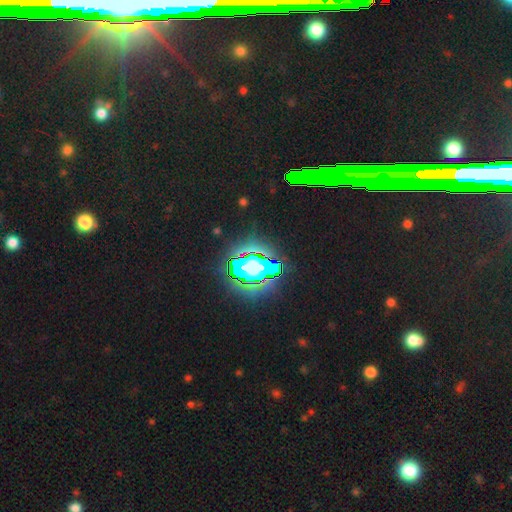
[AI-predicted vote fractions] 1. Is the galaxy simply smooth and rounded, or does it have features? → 79% star or artifact, 12% smooth, 9% featured or disk.